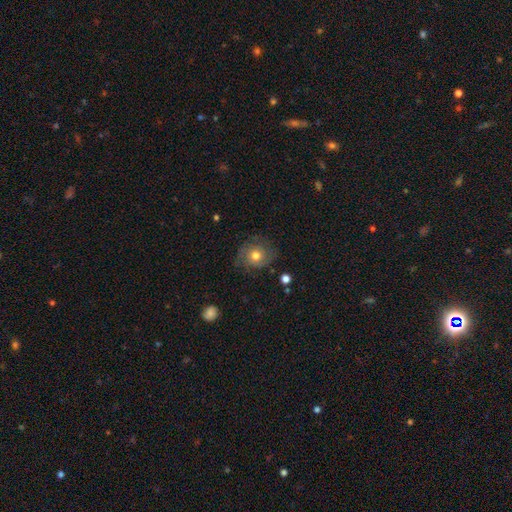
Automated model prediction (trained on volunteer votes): smooth_or_featured: smooth (p=0.56) [alt: featured or disk p=0.34]
how_rounded: round (p=0.77) [alt: in between p=0.22]
merging: none (p=0.71) [alt: minor disturbance p=0.19]